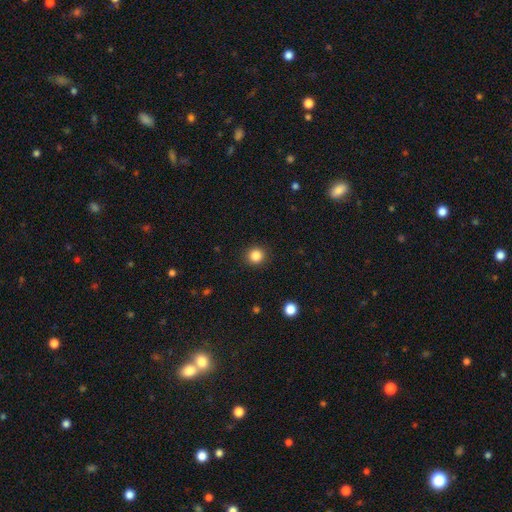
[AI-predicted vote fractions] smooth-or-featured: smooth: 85% | star or artifact: 11% | featured or disk: 4%
  how-rounded: round: 91% | in between: 8% | cigar-shaped: 1%
  merging: none: 91% | minor disturbance: 6% | major disturbance: 2% | merger: 1%